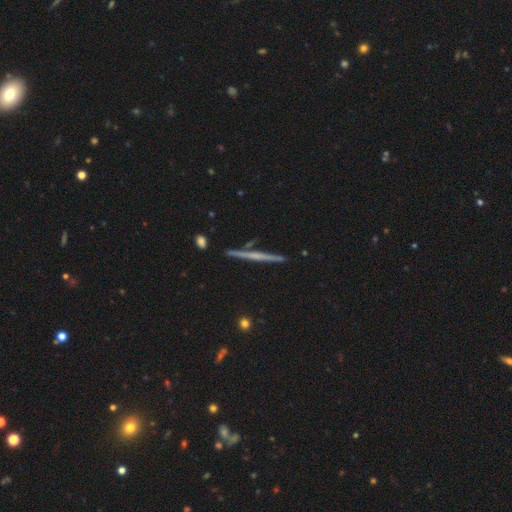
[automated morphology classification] A featured or disk galaxy (67%) viewed edge-on (98%) with no central bulge (65%).

Vote fractions:
- Smooth or featured? featured or disk: 67% / smooth: 27% / star or artifact: 6%
- Edge-on disk? yes: 98% / no: 2%
- Edge-on bulge? none: 65% / rounded: 27% / boxy: 8%
- Merging? none: 90% / minor disturbance: 7% / merger: 2% / major disturbance: 1%